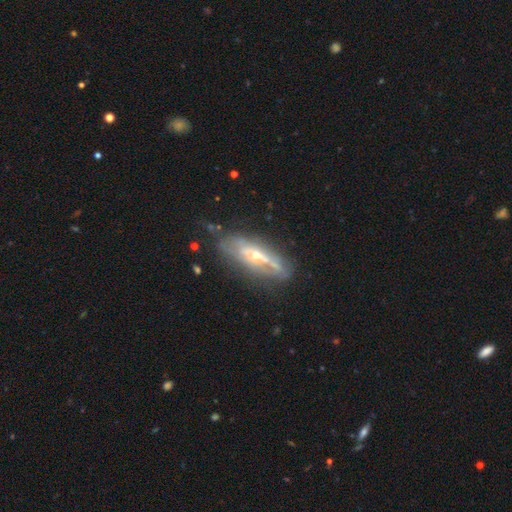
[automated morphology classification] Overall: featured or disk (71%). Edge-on disk: yes (55%; no 45%). Merging: none (64%).